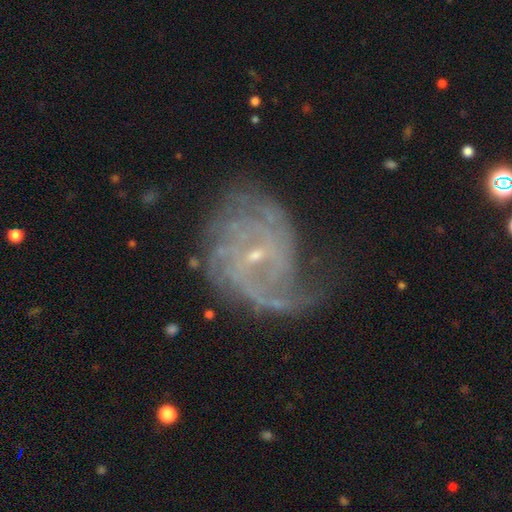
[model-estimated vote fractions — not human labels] smooth_or_featured: featured or disk (p=0.85) [alt: star or artifact p=0.08]
disk_edge_on: no (p=0.98) [alt: yes p=0.02]
bar: no (p=0.45) [tied with: weak p=0.45]
has_spiral_arms: yes (p=0.94) [alt: no p=0.06]
spiral_winding: medium (p=0.40) [alt: tight p=0.38]
spiral_arm_count: can't tell (p=0.34) [alt: 2 p=0.23]
bulge_size: small (p=0.84) [alt: moderate p=0.10]
merging: none (p=0.47) [alt: major disturbance p=0.26]